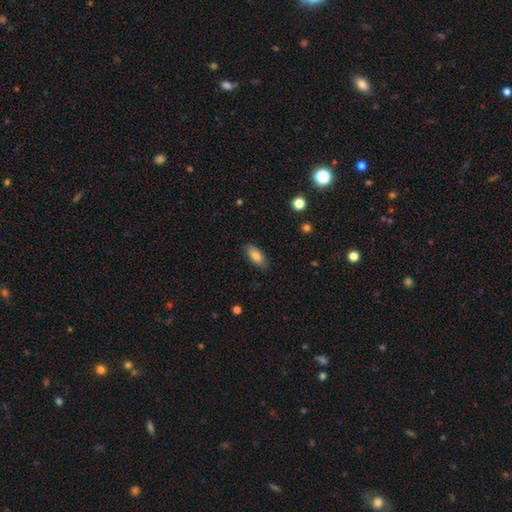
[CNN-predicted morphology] Q: Smooth or featured?
A: smooth (81%); runner-up: featured or disk (12%)
Q: How rounded?
A: in between (86%); runner-up: cigar-shaped (12%)
Q: Merging?
A: none (83%); runner-up: minor disturbance (13%)